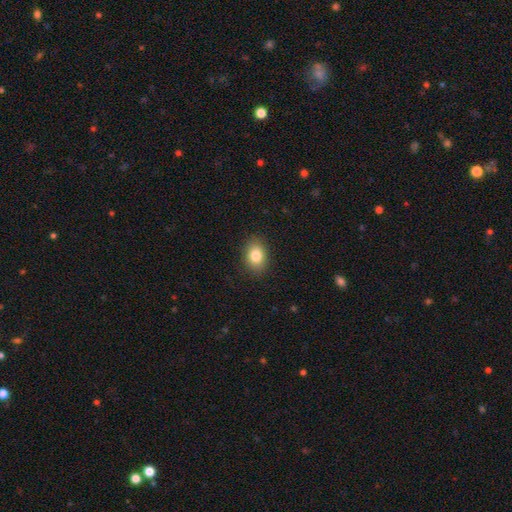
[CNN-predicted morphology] Overall: smooth (83%). How rounded: in between (74%). Merging: none (88%).